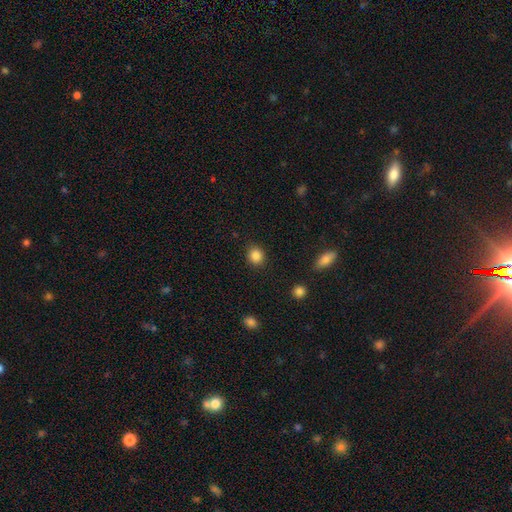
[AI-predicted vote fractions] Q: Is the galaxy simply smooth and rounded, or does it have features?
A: smooth — 86%.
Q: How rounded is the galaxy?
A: round — 83%.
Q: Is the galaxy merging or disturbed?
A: none — 89%.